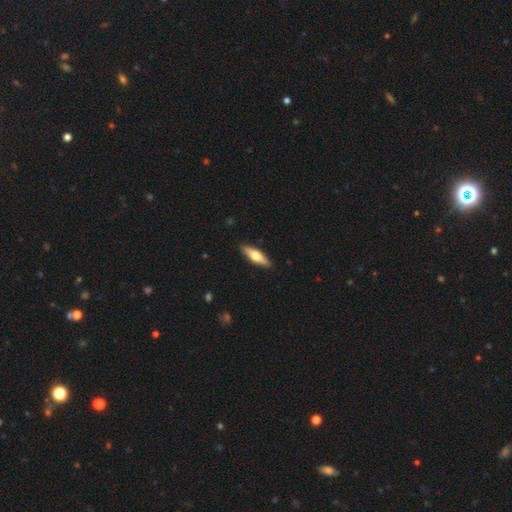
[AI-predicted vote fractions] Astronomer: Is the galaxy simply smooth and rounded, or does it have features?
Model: smooth — 56% (runner-up: featured or disk, 39%).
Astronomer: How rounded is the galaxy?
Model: cigar-shaped — 57% (runner-up: in between, 40%).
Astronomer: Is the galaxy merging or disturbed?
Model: none — 90%.